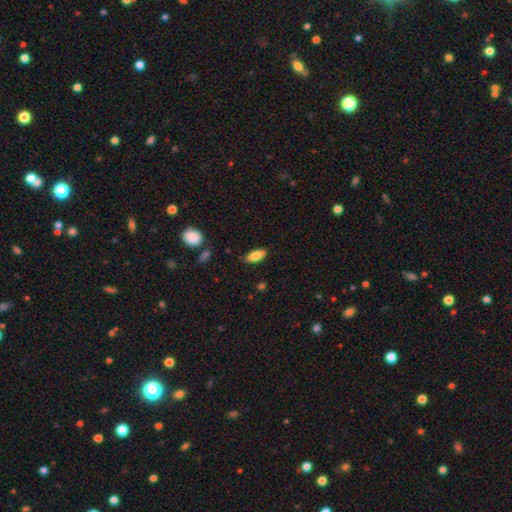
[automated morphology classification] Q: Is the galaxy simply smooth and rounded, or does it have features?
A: smooth — 82%.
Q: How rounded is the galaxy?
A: in between — 87%.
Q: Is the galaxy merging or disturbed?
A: none — 82%.